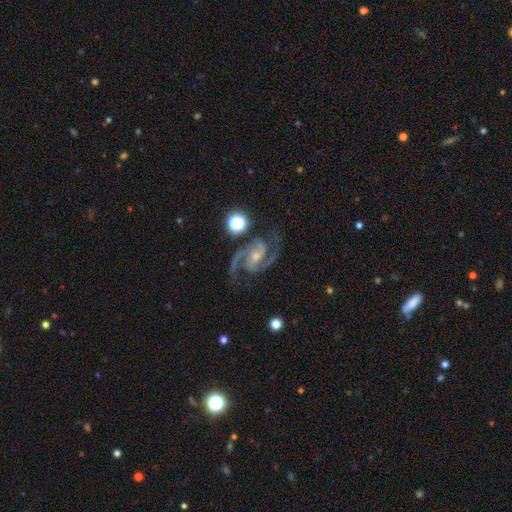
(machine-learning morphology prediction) Smooth or featured: featured or disk — 92% (star or artifact — 5%)
Edge-on disk: no — 98% (yes — 2%)
Bar: weak — 43% (no — 37%)
Spiral arms: yes — 99% (no — 1%)
Spiral winding: medium — 67% (tight — 22%)
Spiral arm count: 2 — 92% (3 — 3%)
Bulge size: small — 60% (moderate — 34%)
Merging: none — 79% (minor disturbance — 13%)